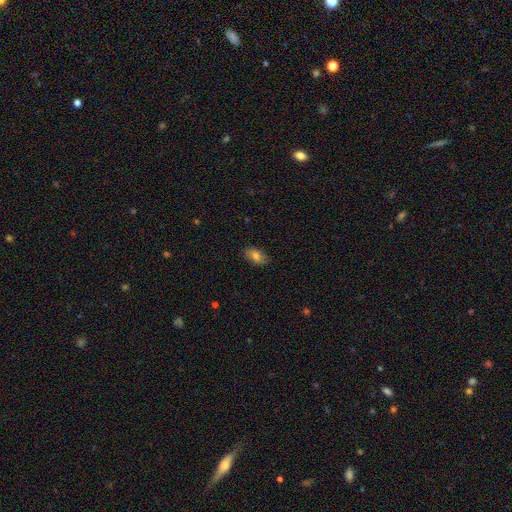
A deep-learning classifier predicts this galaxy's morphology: Smooth or featured? smooth (78%)
How rounded? in between (91%)
Merging? none (84%)